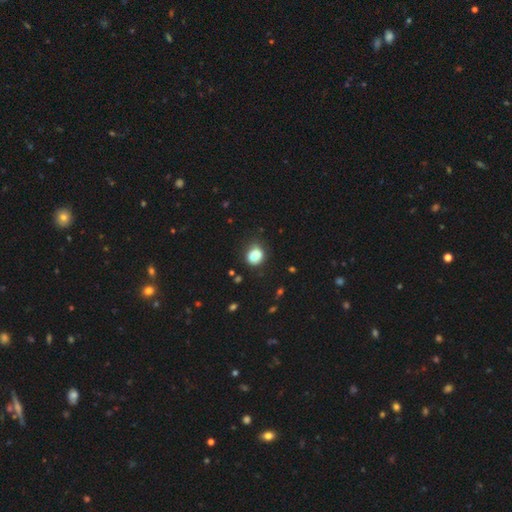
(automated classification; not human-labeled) Smooth or featured? Predicted: smooth (p=0.80). How rounded? Predicted: round (p=0.64). Merging? Predicted: none (p=0.71).